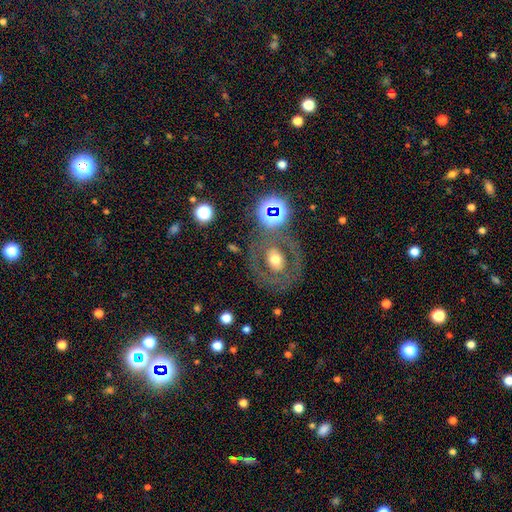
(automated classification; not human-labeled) Morphology: type=featured or disk (41%); merging=none (66%).